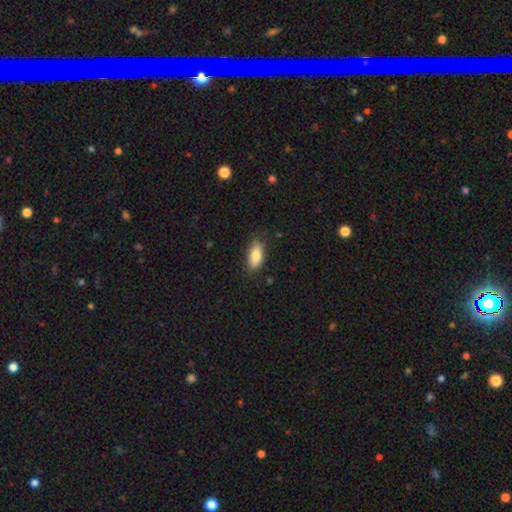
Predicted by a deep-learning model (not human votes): smooth_or_featured: smooth (p=0.81) [alt: featured or disk p=0.12]
how_rounded: in between (p=0.87) [alt: cigar-shaped p=0.11]
merging: none (p=0.82) [alt: minor disturbance p=0.14]